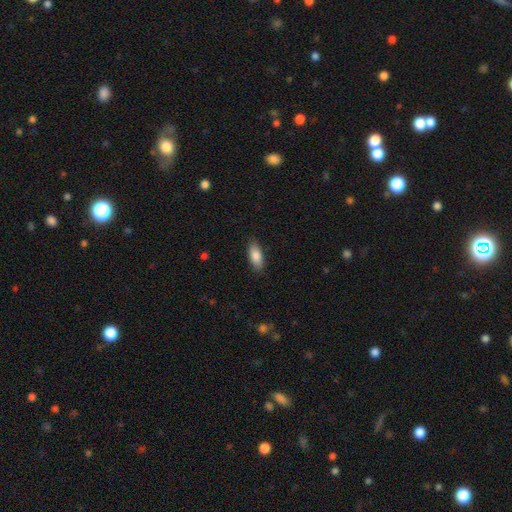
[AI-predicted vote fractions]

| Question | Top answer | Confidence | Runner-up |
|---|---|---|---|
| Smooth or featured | smooth | 86% | featured or disk (8%) |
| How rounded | in between | 82% | cigar-shaped (16%) |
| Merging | none | 86% | minor disturbance (11%) |